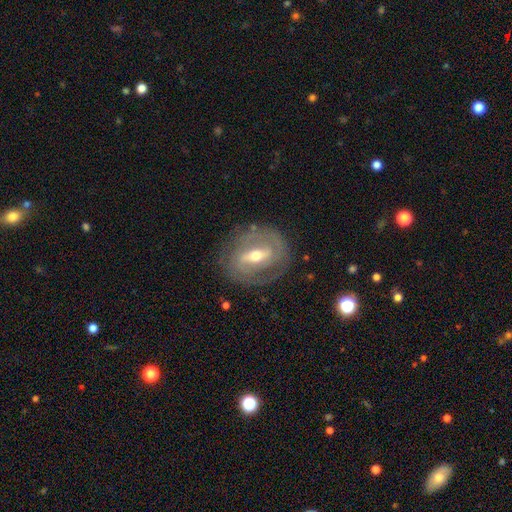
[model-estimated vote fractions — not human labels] smooth-or-featured: featured or disk: 80% | smooth: 15% | star or artifact: 6%
  disk-edge-on: no: 91% | yes: 9%
    bar: strong: 54% | weak: 34% | no: 13%
    has-spiral-arms: yes: 66% | no: 34%
    bulge-size: moderate: 63% | small: 31% | large: 4% | none: 1% | dominant: 1%
  merging: none: 78% | minor disturbance: 14% | major disturbance: 7% | merger: 1%